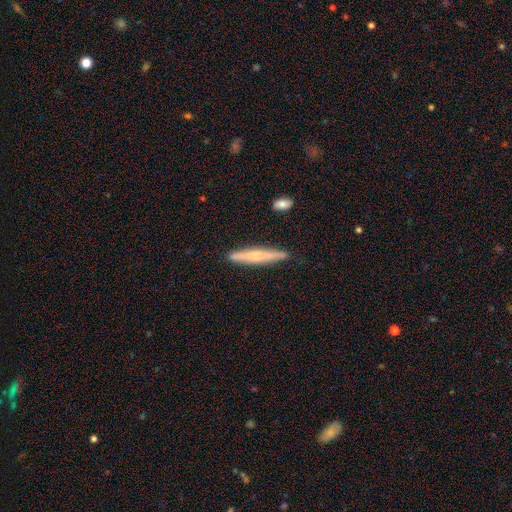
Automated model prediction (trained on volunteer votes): Smooth or featured: smooth — 53% (featured or disk — 41%)
How rounded: cigar-shaped — 94% (in between — 5%)
Merging: none — 87% (minor disturbance — 10%)